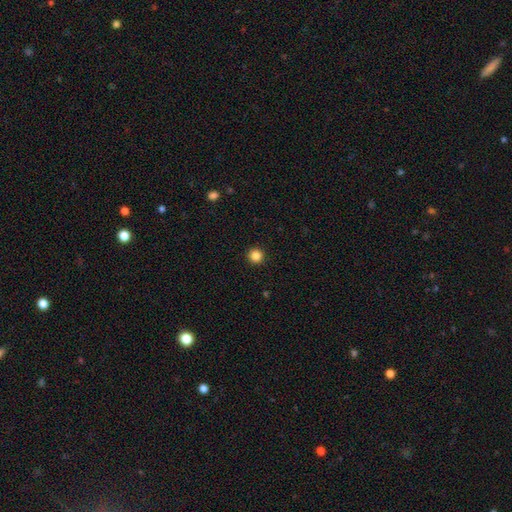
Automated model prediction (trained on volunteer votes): This appears to be a smooth galaxy with no disk features (85%) that is round (96%). Merging: none (93%).